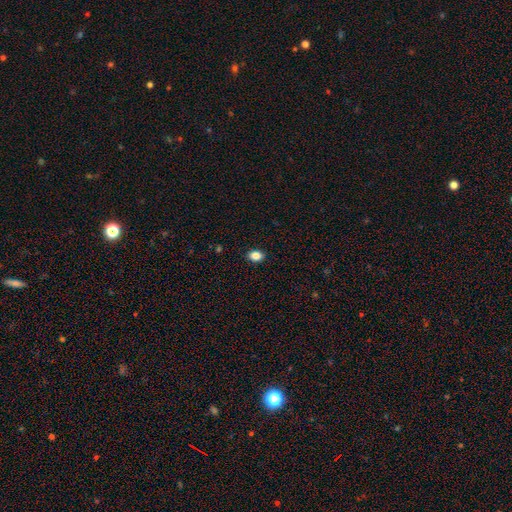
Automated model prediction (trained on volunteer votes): This appears to be a smooth galaxy with no disk features (85%) that is in between round and cigar-shaped (73%). Merging: none (90%).